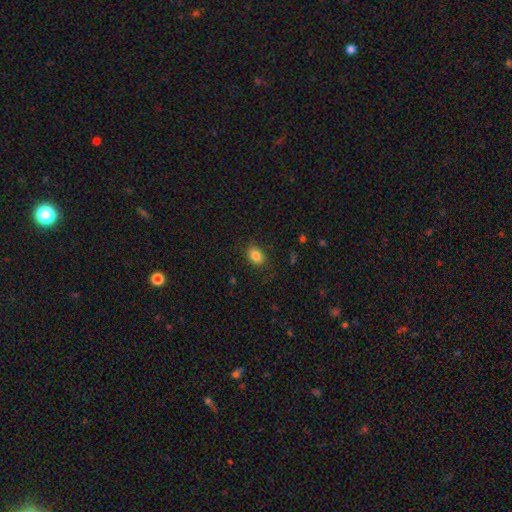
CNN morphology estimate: smooth-or-featured: smooth: 85% | star or artifact: 9% | featured or disk: 6%
  how-rounded: in between: 77% | round: 22% | cigar-shaped: 1%
  merging: none: 83% | minor disturbance: 12% | major disturbance: 4% | merger: 1%